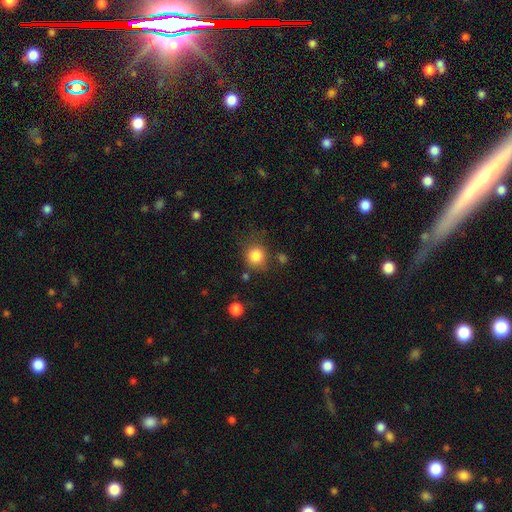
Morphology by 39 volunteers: type=smooth (92%); roundness=round (86%); merging=none (70%).